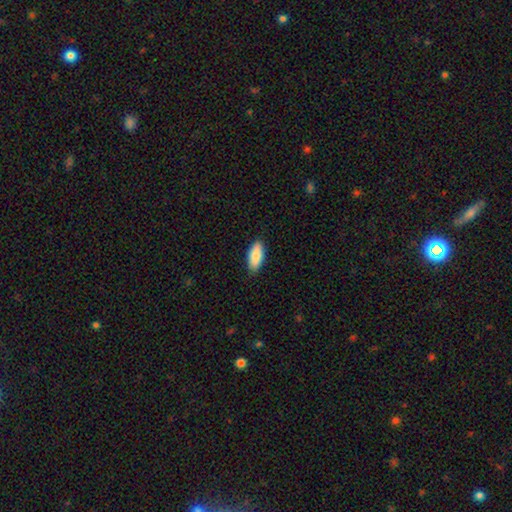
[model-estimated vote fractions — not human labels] Q: Smooth or featured?
A: smooth (86%); runner-up: featured or disk (8%)
Q: How rounded?
A: in between (87%); runner-up: cigar-shaped (11%)
Q: Merging?
A: none (88%); runner-up: minor disturbance (9%)